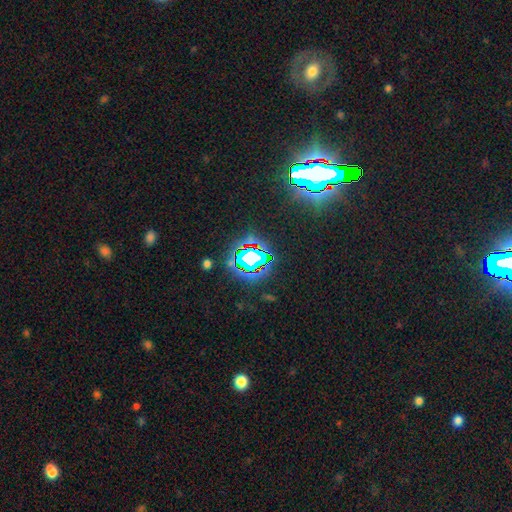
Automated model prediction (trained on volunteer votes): Overall: star or artifact (72%).